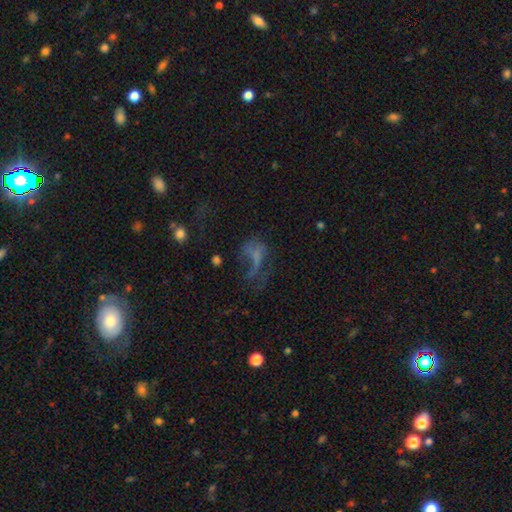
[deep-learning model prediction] smooth_or_featured: featured or disk (p=0.41) [alt: smooth p=0.35]
merging: major disturbance (p=0.52) [alt: none p=0.26]